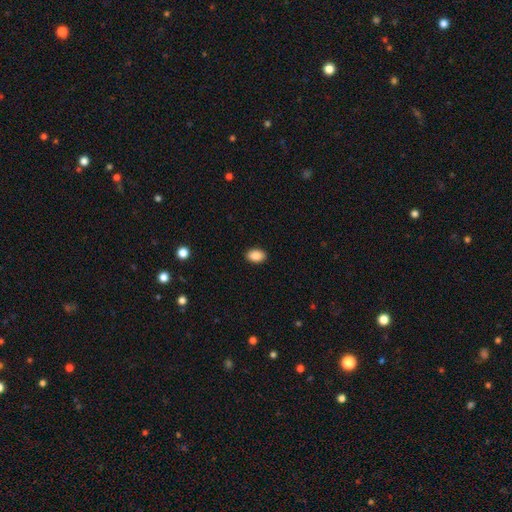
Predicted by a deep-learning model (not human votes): smooth-or-featured: smooth: 89% | star or artifact: 8% | featured or disk: 3%
  how-rounded: in between: 87% | round: 12% | cigar-shaped: 1%
  merging: none: 90% | minor disturbance: 7% | major disturbance: 2% | merger: 1%